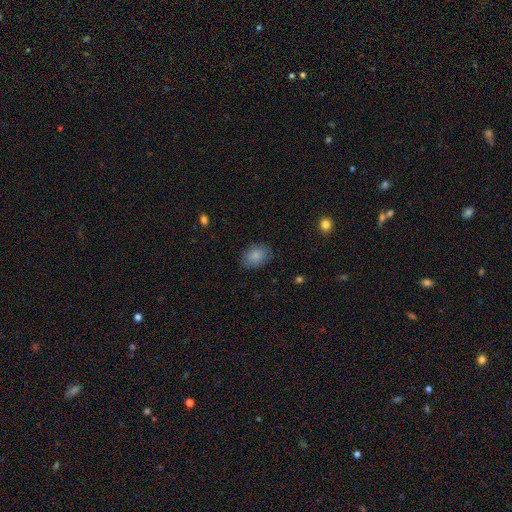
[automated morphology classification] This appears to be a smooth galaxy with no disk features (87%) that is in between round and cigar-shaped (72%). Merging: none (85%).